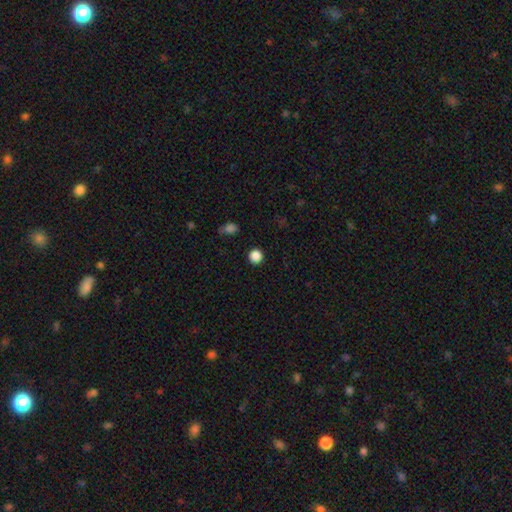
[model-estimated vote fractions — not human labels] This is clearly a smooth galaxy (86%). How rounded: clearly round (95%). Merging: clearly none (91%).